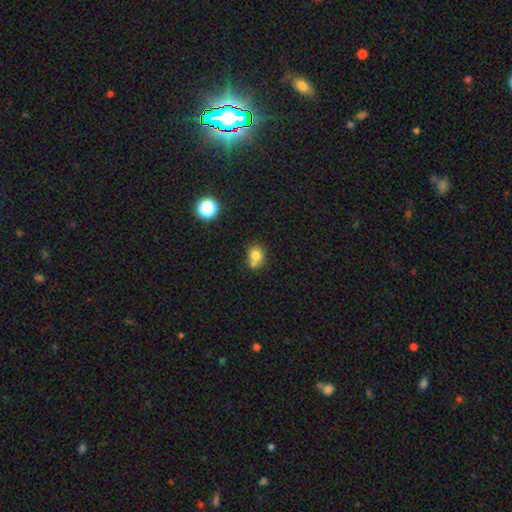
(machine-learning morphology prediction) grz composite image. It shows a smooth galaxy with no disk features (77%) that is round (70%). Merging: none (45%).